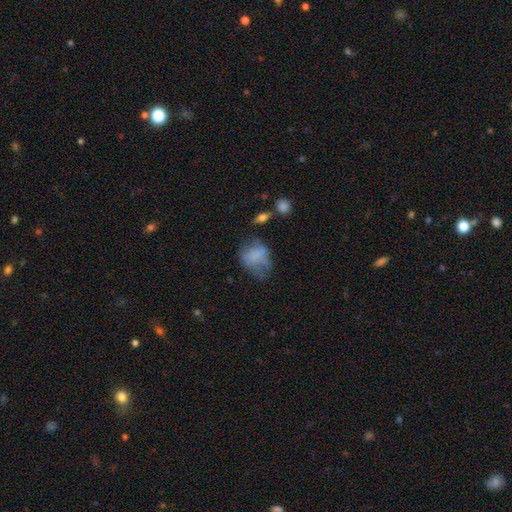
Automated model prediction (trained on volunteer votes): smooth_or_featured: smooth (p=0.63) [alt: featured or disk p=0.25]
how_rounded: in between (p=0.65) [alt: round p=0.33]
merging: none (p=0.33) [alt: major disturbance p=0.32]